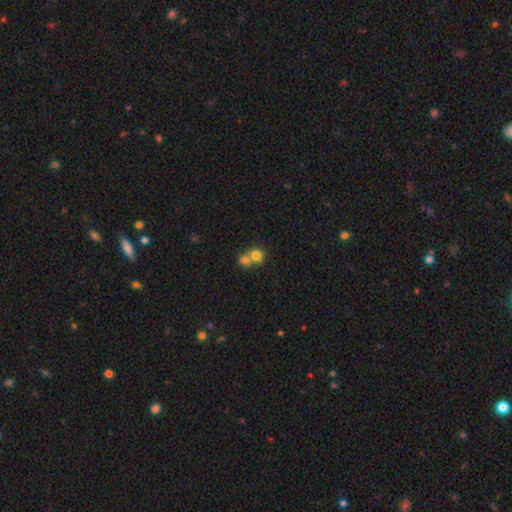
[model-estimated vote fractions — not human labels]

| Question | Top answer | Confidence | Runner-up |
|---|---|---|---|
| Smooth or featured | smooth | 77% | featured or disk (12%) |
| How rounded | round | 82% | in between (17%) |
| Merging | merger | 61% | none (32%) |